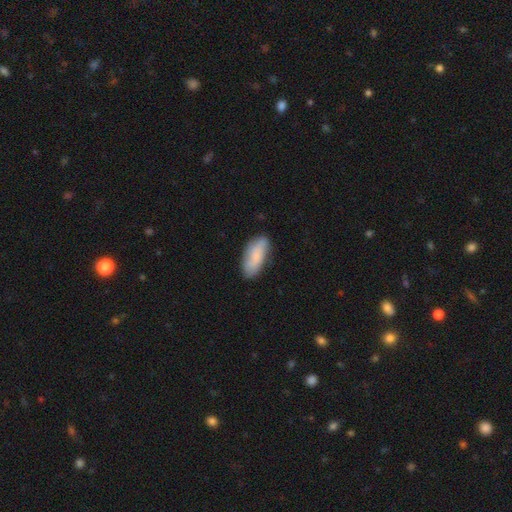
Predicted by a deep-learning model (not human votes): smooth_or_featured: smooth (p=0.75) [alt: featured or disk p=0.19]
how_rounded: in between (p=0.85) [alt: cigar-shaped p=0.13]
merging: none (p=0.80) [alt: minor disturbance p=0.16]